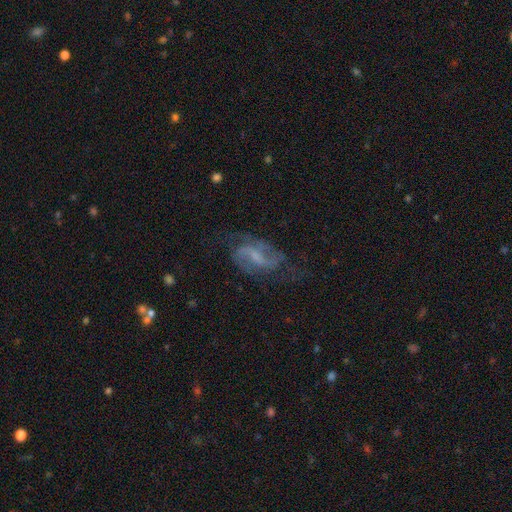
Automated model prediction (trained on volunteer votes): Q: Smooth or featured?
A: featured or disk (79%); runner-up: smooth (13%)
Q: Edge-on disk?
A: no (96%); runner-up: yes (4%)
Q: Bar?
A: weak (52%); runner-up: strong (27%)
Q: Spiral arms?
A: yes (92%); runner-up: no (8%)
Q: Spiral winding?
A: medium (45%); runner-up: loose (39%)
Q: Spiral arm count?
A: 2 (82%); runner-up: can't tell (9%)
Q: Bulge size?
A: small (40%); runner-up: none (33%)
Q: Merging?
A: none (60%); runner-up: minor disturbance (21%)